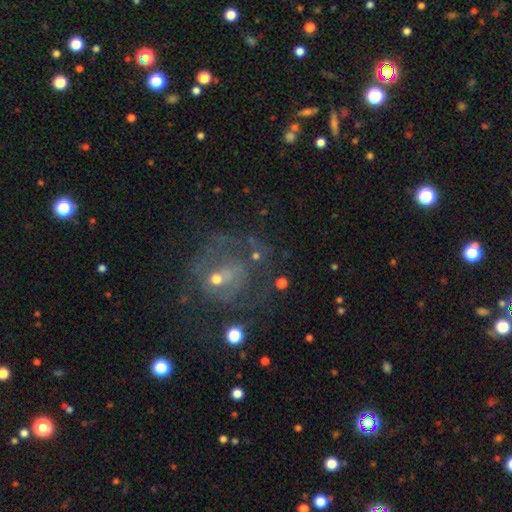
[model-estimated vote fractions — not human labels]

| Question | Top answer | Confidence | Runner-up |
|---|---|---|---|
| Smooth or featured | featured or disk | 45% | star or artifact (34%) |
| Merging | none | 60% | major disturbance (19%) |